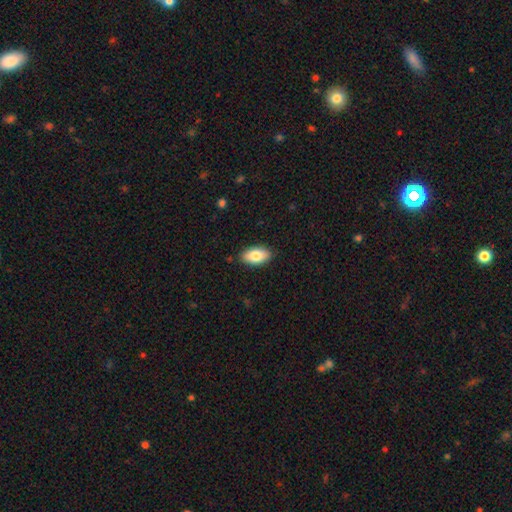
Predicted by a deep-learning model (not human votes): Morphology: type=smooth (83%); roundness=in between (94%); merging=none (88%).